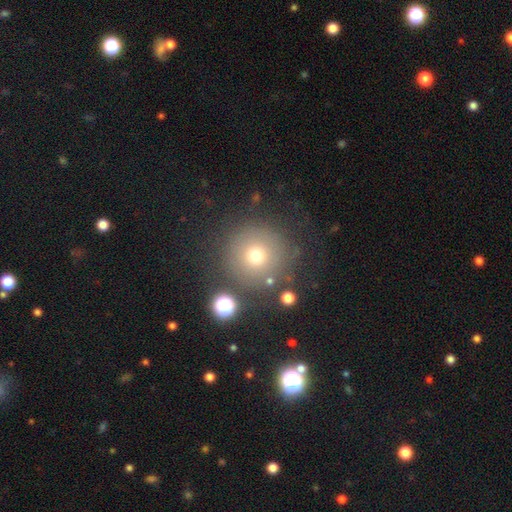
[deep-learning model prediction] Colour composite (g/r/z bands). It shows a smooth galaxy with no disk features (66%) that is round (96%). Merging: none (81%).